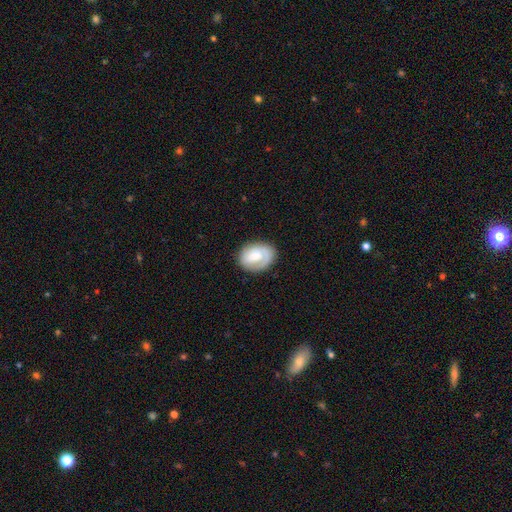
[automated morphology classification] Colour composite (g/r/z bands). It shows a smooth galaxy with no disk features (50%) that is in between round and cigar-shaped (60%). Merging: none (76%).